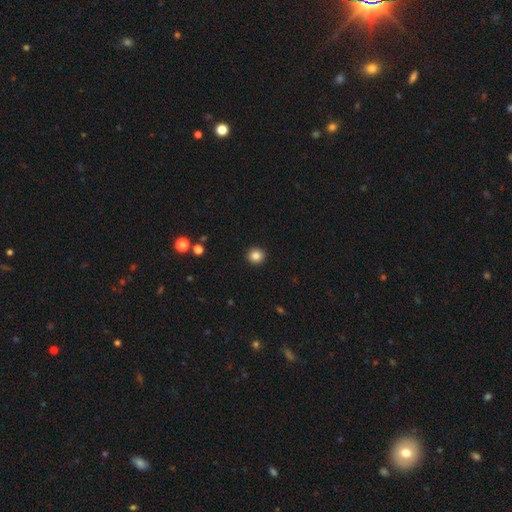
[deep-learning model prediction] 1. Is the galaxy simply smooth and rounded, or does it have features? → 85% smooth, 11% star or artifact, 5% featured or disk.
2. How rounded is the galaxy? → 91% round, 8% in between, 1% cigar-shaped.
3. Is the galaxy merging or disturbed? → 93% none, 5% minor disturbance, 2% major disturbance, 1% merger.